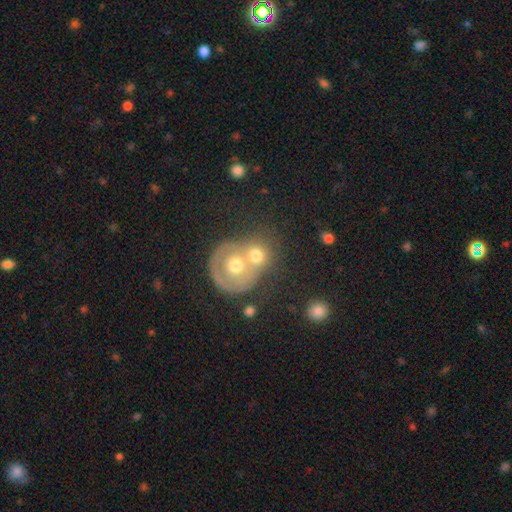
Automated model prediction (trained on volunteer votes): Smooth or featured? smooth (51%)
How rounded? round (81%)
Merging? merger (58%)